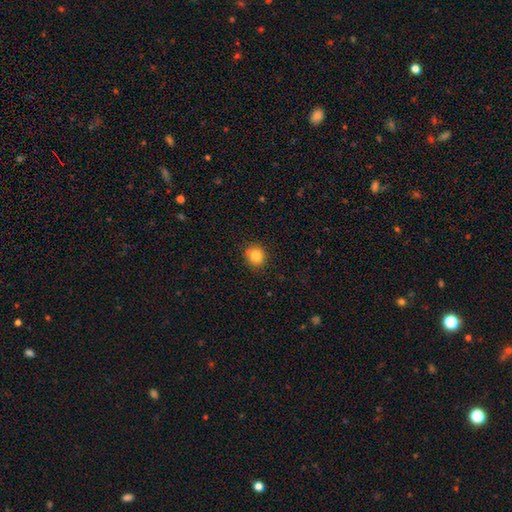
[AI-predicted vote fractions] Morphology: type=smooth (84%); roundness=round (85%); merging=none (89%).